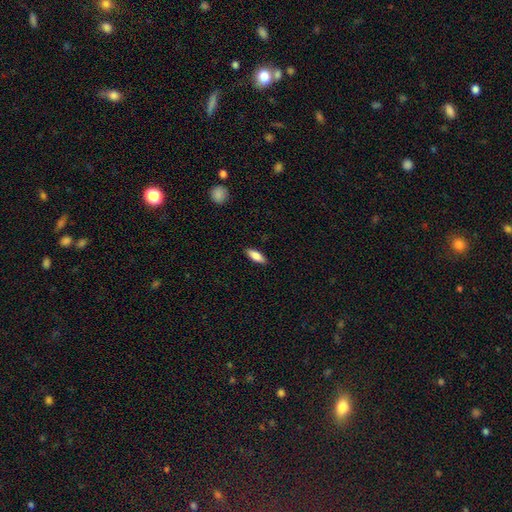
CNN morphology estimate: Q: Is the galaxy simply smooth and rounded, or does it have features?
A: smooth — 82%.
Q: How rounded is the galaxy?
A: in between — 62%.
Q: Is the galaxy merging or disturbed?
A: none — 88%.